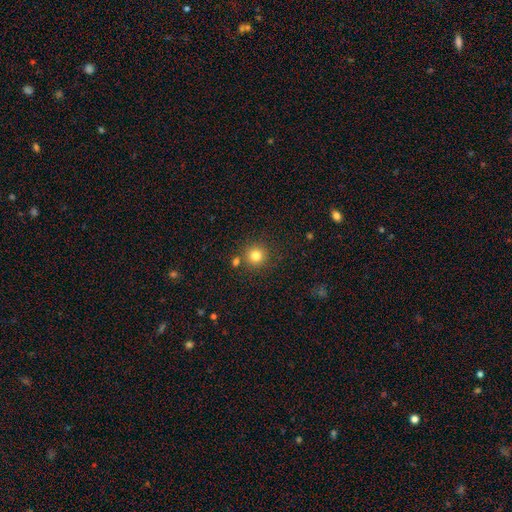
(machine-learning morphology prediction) This appears to be a smooth galaxy with no disk features (81%) that is round (94%). Merging: none (83%).